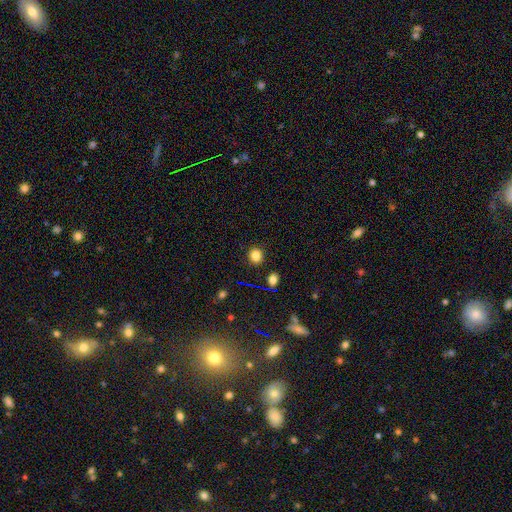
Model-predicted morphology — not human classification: Smooth or featured?
  - smooth: 81% *
  - star or artifact: 14%
  - featured or disk: 5%
How rounded?
  - round: 82% *
  - in between: 17%
  - cigar-shaped: 1%
Merging?
  - none: 89% *
  - minor disturbance: 7%
  - merger: 2%
  - major disturbance: 2%